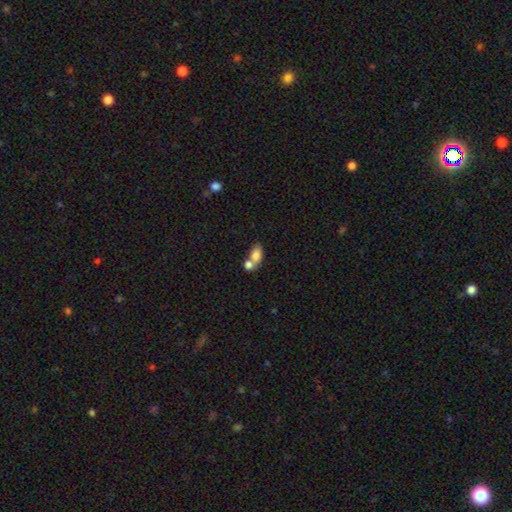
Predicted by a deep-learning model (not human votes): This is clearly a smooth galaxy (81%). How rounded: clearly in between (83%). Merging: possibly merger (58%).